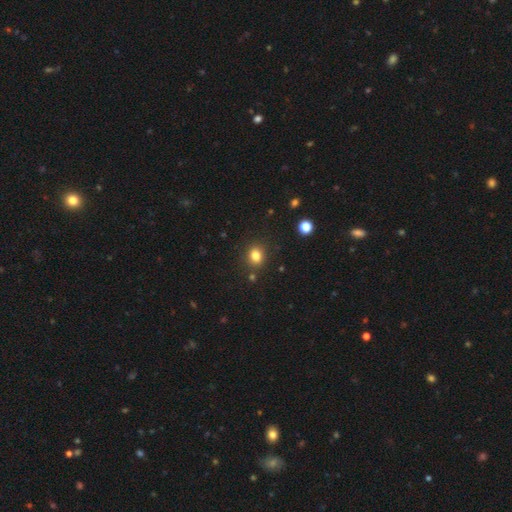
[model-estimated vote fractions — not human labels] Smooth or featured? smooth (82%)
How rounded? round (64%)
Merging? none (85%)